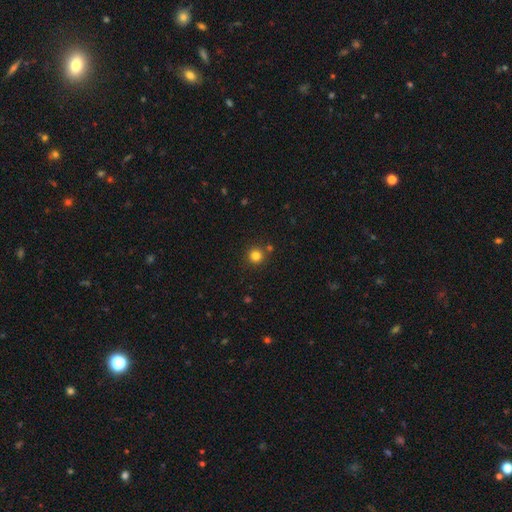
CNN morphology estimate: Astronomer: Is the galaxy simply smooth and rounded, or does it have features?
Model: smooth — 81%.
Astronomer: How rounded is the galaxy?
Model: round — 94%.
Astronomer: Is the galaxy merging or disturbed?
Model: none — 84%.